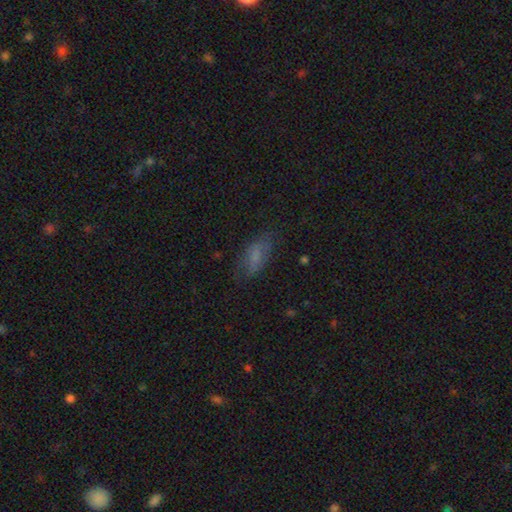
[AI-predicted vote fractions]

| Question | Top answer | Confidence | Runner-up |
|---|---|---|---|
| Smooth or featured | smooth | 67% | featured or disk (21%) |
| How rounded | in between | 83% | cigar-shaped (14%) |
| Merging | none | 68% | minor disturbance (21%) |